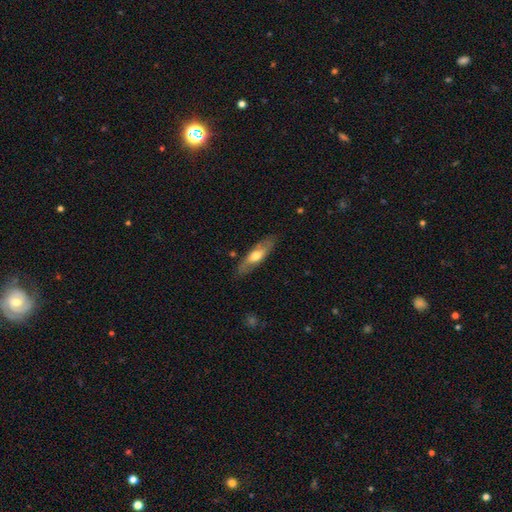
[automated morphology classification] Smooth or featured?
  - smooth: 50% *
  - featured or disk: 44%
  - star or artifact: 5%
How rounded?
  - cigar-shaped: 55% *
  - in between: 42%
  - round: 2%
Merging?
  - none: 83% *
  - minor disturbance: 12%
  - major disturbance: 3%
  - merger: 1%